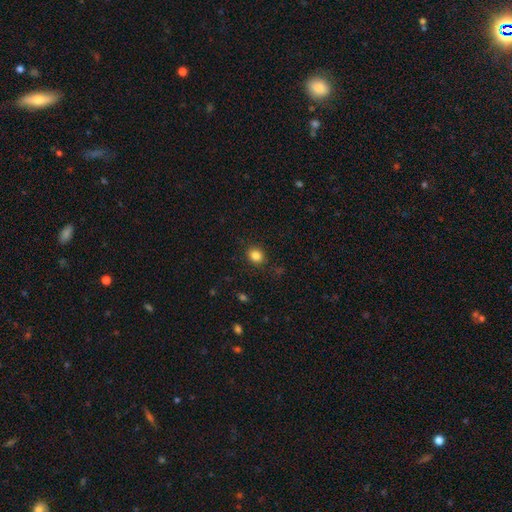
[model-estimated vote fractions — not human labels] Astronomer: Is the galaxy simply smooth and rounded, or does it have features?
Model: smooth — 84%.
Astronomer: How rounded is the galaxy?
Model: round — 66%.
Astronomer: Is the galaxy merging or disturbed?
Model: none — 88%.